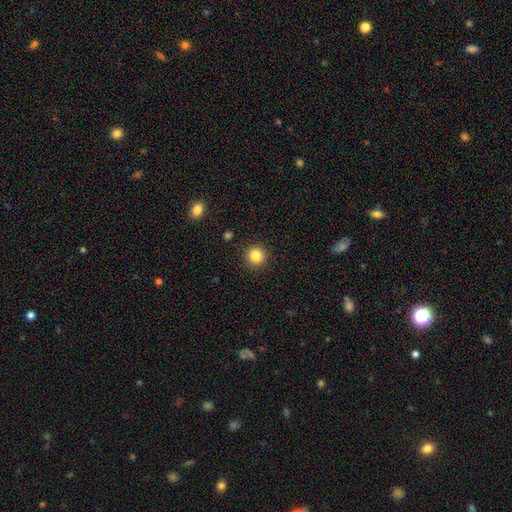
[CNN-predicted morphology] smooth_or_featured: smooth (p=0.85) [alt: star or artifact p=0.11]
how_rounded: round (p=0.94) [alt: in between p=0.05]
merging: none (p=0.92) [alt: minor disturbance p=0.05]